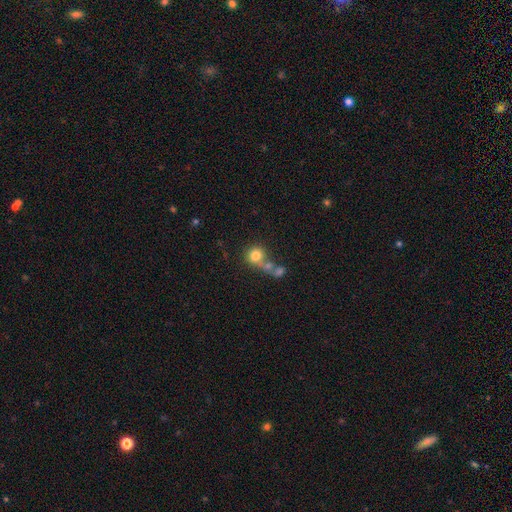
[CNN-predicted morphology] Smooth or featured? smooth (76%)
How rounded? round (83%)
Merging? merger (46%)